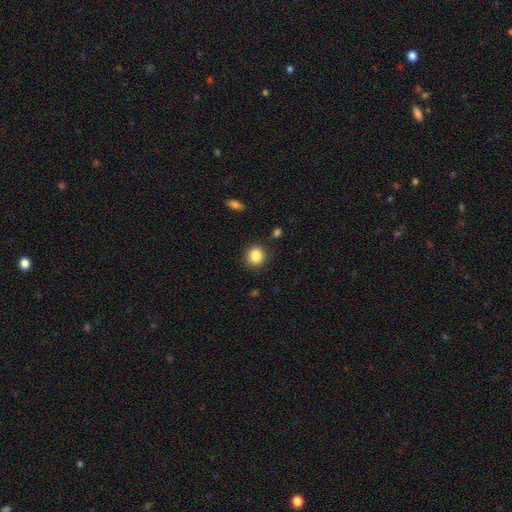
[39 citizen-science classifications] Smooth or featured? smooth (90%)
How rounded? round (83%)
Merging? none (86%)